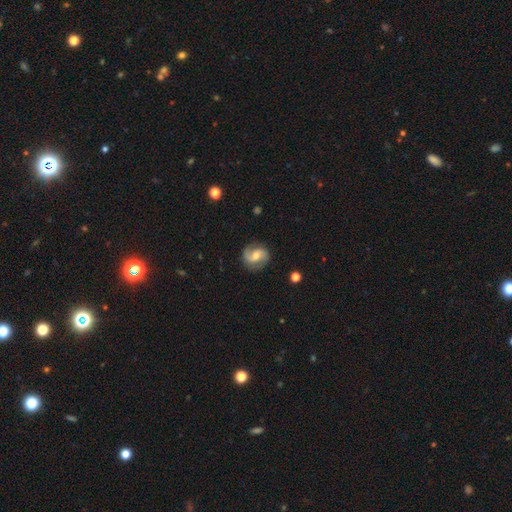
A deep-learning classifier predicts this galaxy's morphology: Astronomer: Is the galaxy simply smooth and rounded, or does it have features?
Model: featured or disk — 79%.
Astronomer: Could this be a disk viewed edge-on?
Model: no — 98%.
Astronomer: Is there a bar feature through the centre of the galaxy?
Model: weak — 43% (runner-up: no, 42%).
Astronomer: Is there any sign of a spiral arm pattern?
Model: yes — 95%.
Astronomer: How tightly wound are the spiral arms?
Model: medium — 48% (runner-up: loose, 28%).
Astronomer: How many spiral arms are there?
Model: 2 — 90%.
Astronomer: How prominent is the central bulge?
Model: moderate — 62%.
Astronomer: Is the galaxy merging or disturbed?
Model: none — 83%.